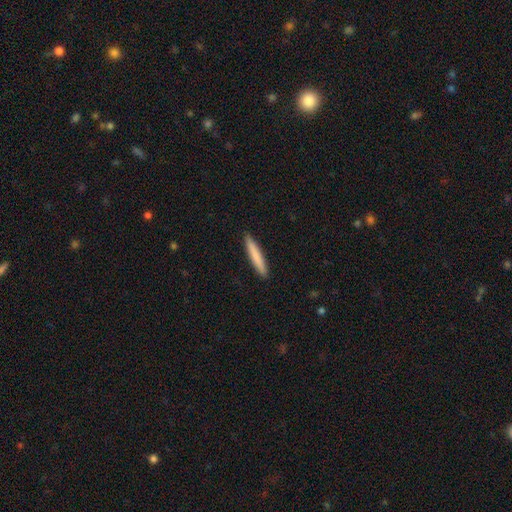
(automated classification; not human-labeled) smooth-or-featured: smooth: 79% | featured or disk: 16% | star or artifact: 5%
  how-rounded: cigar-shaped: 95% | in between: 4% | round: 1%
  merging: none: 92% | minor disturbance: 6% | major disturbance: 1% | merger: 1%